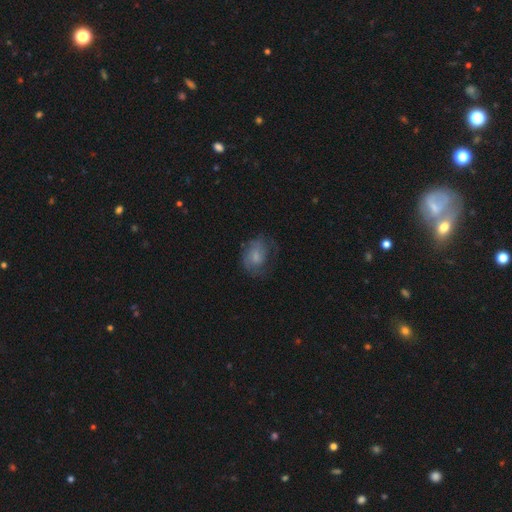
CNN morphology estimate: Q: Smooth or featured?
A: smooth (47%); runner-up: featured or disk (44%)
Q: Merging?
A: none (56%); runner-up: minor disturbance (25%)